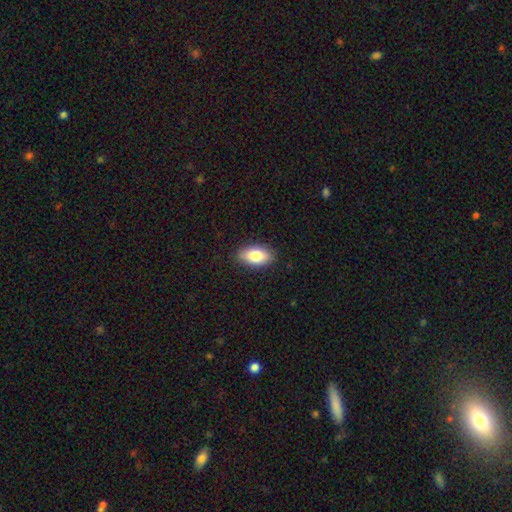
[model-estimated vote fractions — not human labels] smooth_or_featured: smooth (p=0.81) [alt: featured or disk p=0.12]
how_rounded: in between (p=0.92) [alt: round p=0.05]
merging: none (p=0.87) [alt: minor disturbance p=0.10]